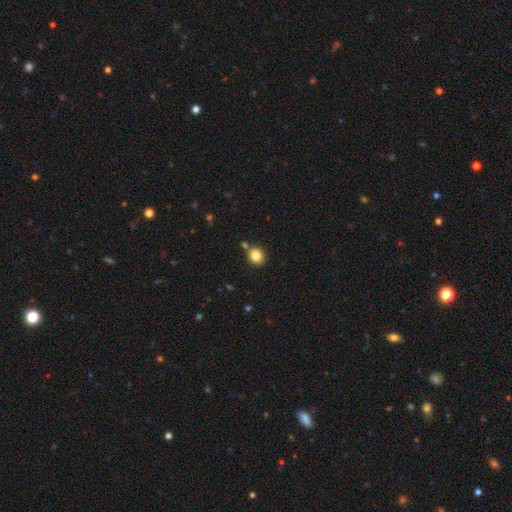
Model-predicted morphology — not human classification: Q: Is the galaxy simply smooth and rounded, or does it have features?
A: smooth — 83%.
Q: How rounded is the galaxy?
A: round — 78%.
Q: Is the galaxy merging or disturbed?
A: none — 80%.